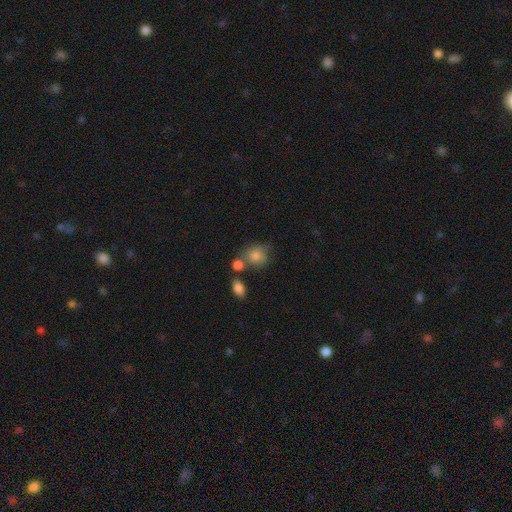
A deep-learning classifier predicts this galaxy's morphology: smooth-or-featured: smooth: 79% | featured or disk: 12% | star or artifact: 9%
  how-rounded: round: 64% | in between: 35% | cigar-shaped: 1%
  merging: none: 49% | merger: 22% | minor disturbance: 21% | major disturbance: 8%